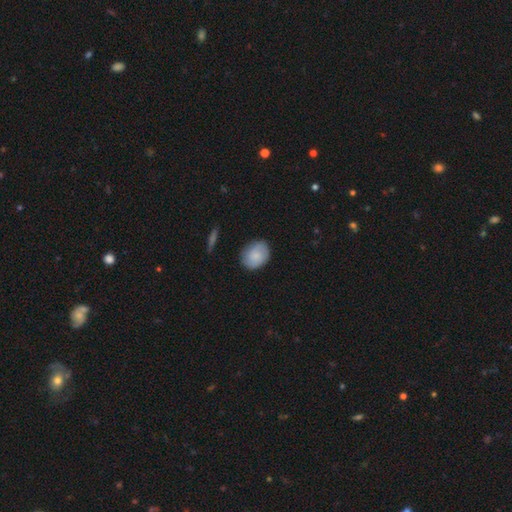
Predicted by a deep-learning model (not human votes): smooth 79%, featured or disk 15%, star or artifact 6%. Down the decision tree: how rounded — round (54%); merging — none (80%).